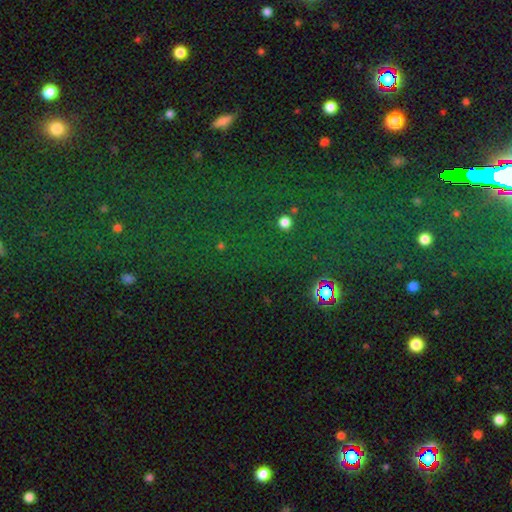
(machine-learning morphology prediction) This is likely a star or artifact rather than a galaxy (70%).